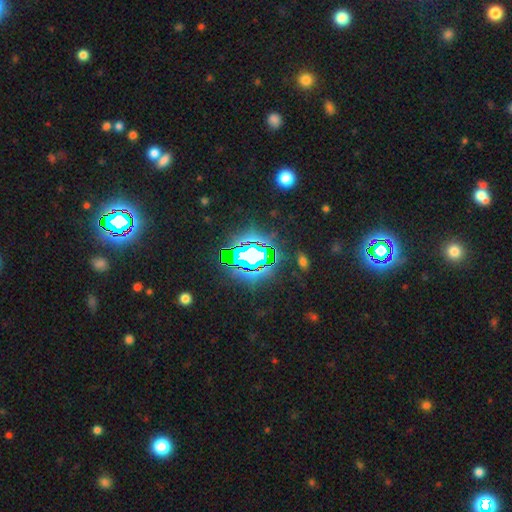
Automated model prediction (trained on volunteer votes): smooth_or_featured: star or artifact (p=0.77) [alt: smooth p=0.13]